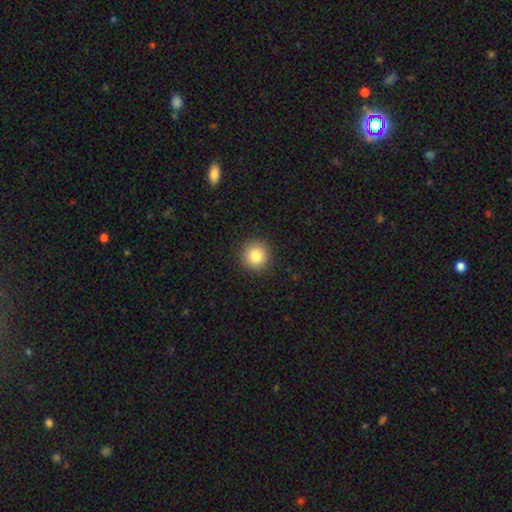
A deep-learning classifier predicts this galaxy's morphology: Smooth or featured?
  - smooth: 83% *
  - star or artifact: 10%
  - featured or disk: 6%
How rounded?
  - round: 94% *
  - in between: 5%
  - cigar-shaped: 1%
Merging?
  - none: 92% *
  - minor disturbance: 5%
  - major disturbance: 2%
  - merger: 1%